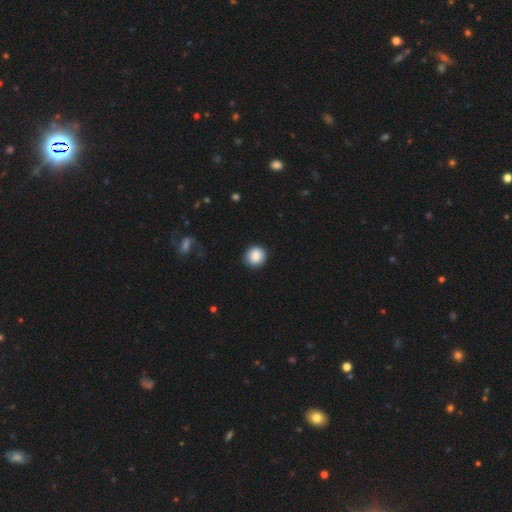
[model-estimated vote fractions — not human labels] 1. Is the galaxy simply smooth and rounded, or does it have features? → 88% smooth, 8% star or artifact, 4% featured or disk.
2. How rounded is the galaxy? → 91% round, 8% in between, 1% cigar-shaped.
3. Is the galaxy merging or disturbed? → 88% none, 9% minor disturbance, 2% major disturbance, 1% merger.